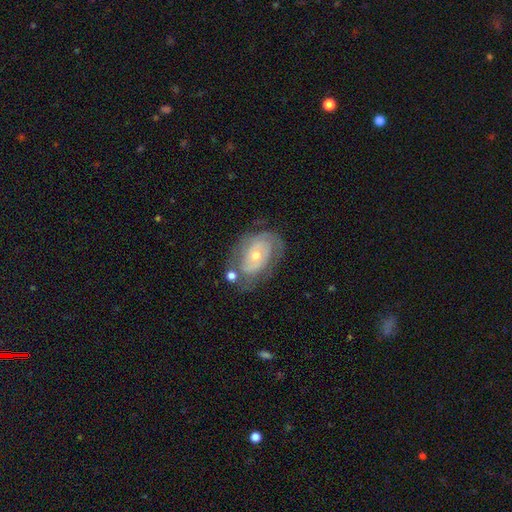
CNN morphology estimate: Smooth or featured?
  - featured or disk: 76% *
  - smooth: 18%
  - star or artifact: 7%
Edge-on disk?
  - no: 96% *
  - yes: 4%
Bar?
  - no: 74% *
  - weak: 21%
  - strong: 5%
Spiral arms?
  - yes: 81% *
  - no: 19%
Spiral winding?
  - tight: 62% *
  - medium: 28%
  - loose: 10%
Spiral arm count?
  - can't tell: 40% *
  - 2: 37%
  - 3: 10%
  - 1: 7%
  - 4: 3%
  - more than 4: 3%
Bulge size?
  - small: 49% *
  - moderate: 47%
  - large: 2%
  - none: 1%
  - dominant: 1%
Merging?
  - none: 60% *
  - minor disturbance: 22%
  - major disturbance: 12%
  - merger: 6%